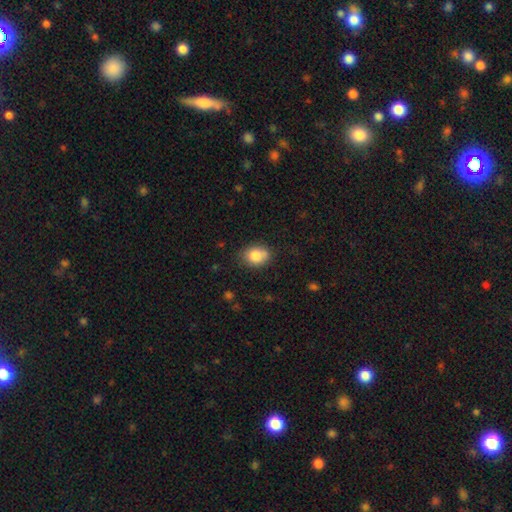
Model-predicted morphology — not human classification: A smooth galaxy with no disk features (83%) that is in between round and cigar-shaped (56%). Merging: none (73%).